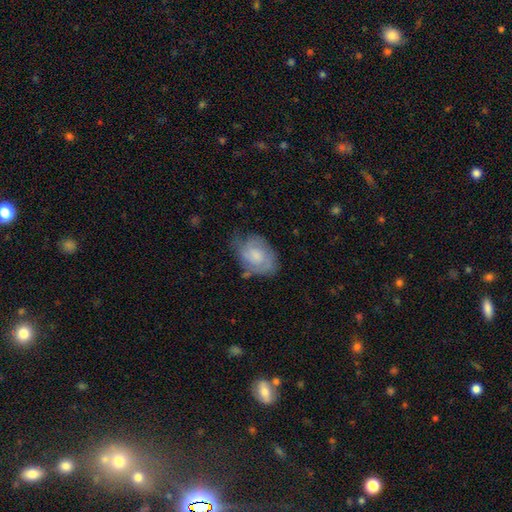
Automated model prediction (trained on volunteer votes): Morphology: type=smooth (48%); merging=none (50%).